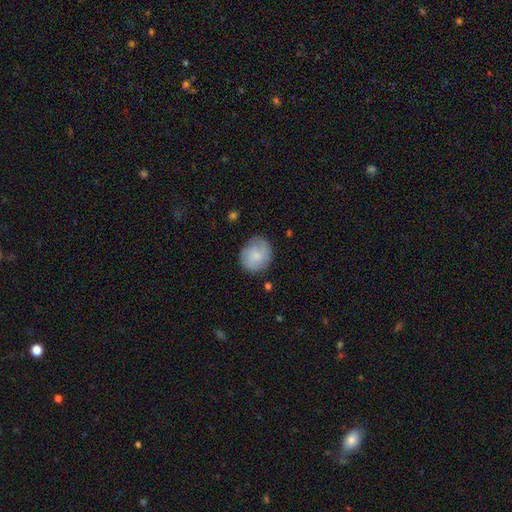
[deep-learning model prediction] A smooth galaxy with no disk features (68%) that is round (74%). Merging: none (73%).